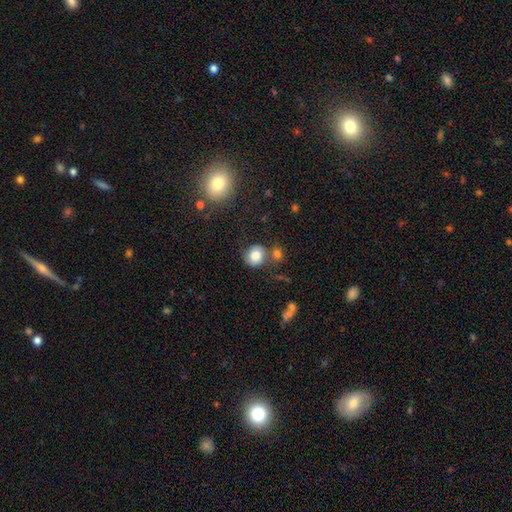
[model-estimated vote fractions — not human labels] Smooth or featured? smooth (79%)
How rounded? round (76%)
Merging? none (63%)